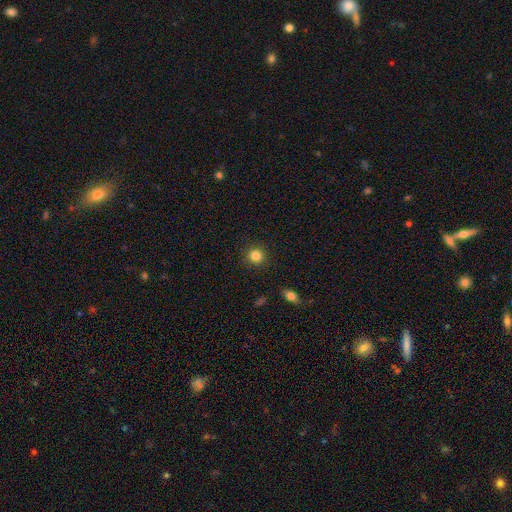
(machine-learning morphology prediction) The model was most divided on "smooth or featured": smooth: 84%, star or artifact: 11%, featured or disk: 5%. More confident: how rounded — round (91%); merging — none (91%).